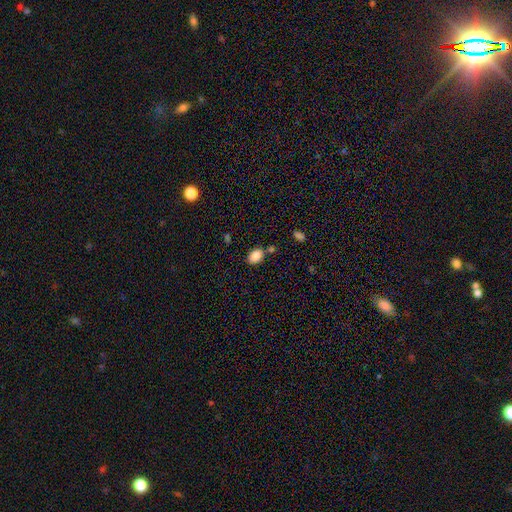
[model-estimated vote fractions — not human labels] The model was most divided on "merging": none: 70%, minor disturbance: 15%, merger: 11%, major disturbance: 4%. More confident: smooth or featured — smooth (87%); how rounded — in between (80%).